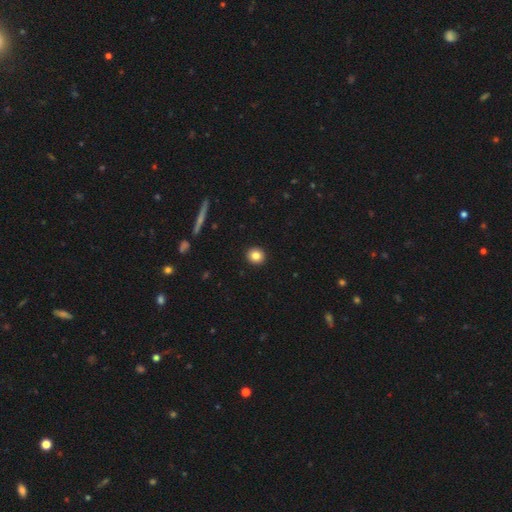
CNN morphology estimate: type=smooth (83%); roundness=round (91%); merging=none (93%).